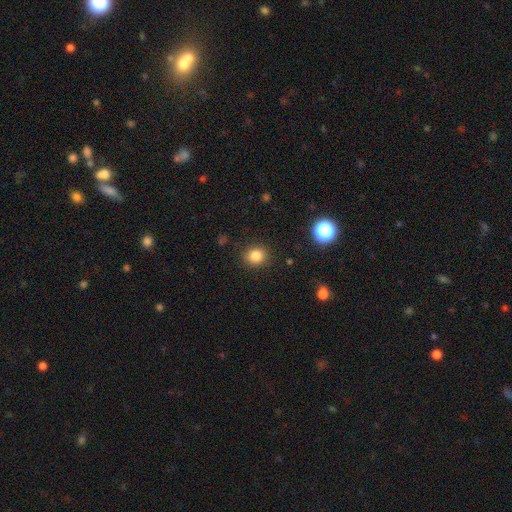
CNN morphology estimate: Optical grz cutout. It shows a smooth galaxy with no disk features (83%) that is round (81%). Merging: none (89%).